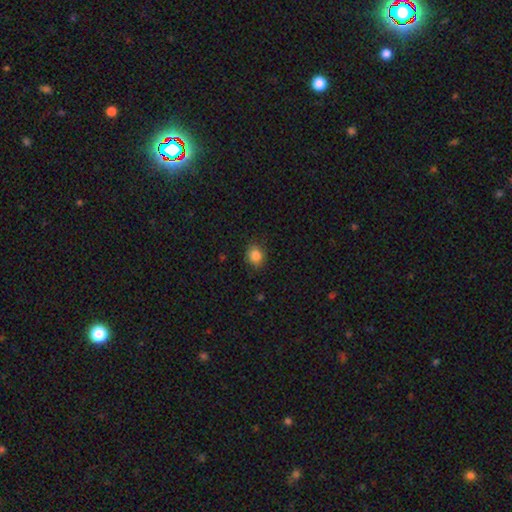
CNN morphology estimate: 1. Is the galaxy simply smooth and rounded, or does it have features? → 85% smooth, 10% star or artifact, 4% featured or disk.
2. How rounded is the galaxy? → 74% round, 25% in between, 1% cigar-shaped.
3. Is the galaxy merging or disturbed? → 84% none, 12% minor disturbance, 3% major disturbance, 1% merger.